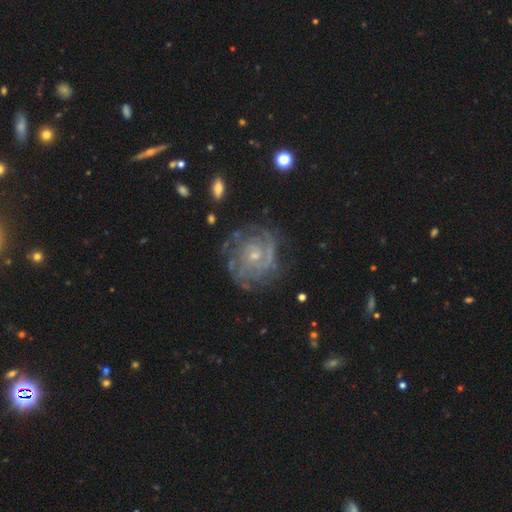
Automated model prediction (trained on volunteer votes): smooth_or_featured: featured or disk (p=0.84) [alt: smooth p=0.09]
disk_edge_on: no (p=0.98) [alt: yes p=0.02]
bar: no (p=0.73) [alt: weak p=0.23]
has_spiral_arms: yes (p=0.91) [alt: no p=0.09]
spiral_winding: tight (p=0.67) [alt: medium p=0.26]
spiral_arm_count: can't tell (p=0.42) [alt: 2 p=0.17]
bulge_size: small (p=0.71) [alt: moderate p=0.24]
merging: none (p=0.70) [alt: minor disturbance p=0.18]